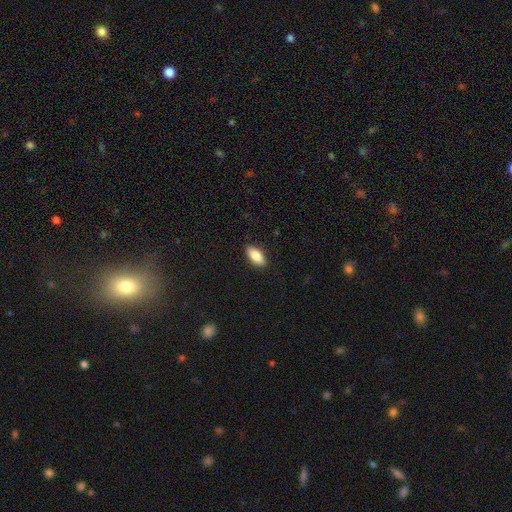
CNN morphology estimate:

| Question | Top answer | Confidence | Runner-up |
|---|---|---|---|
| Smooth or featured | smooth | 82% | featured or disk (12%) |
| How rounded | in between | 85% | cigar-shaped (13%) |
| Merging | none | 89% | minor disturbance (9%) |